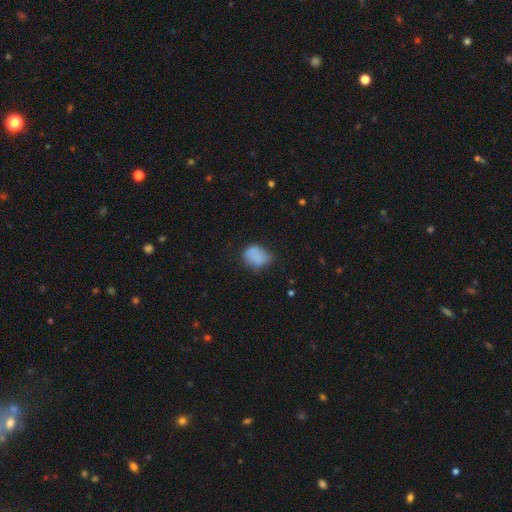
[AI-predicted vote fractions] This appears to be a smooth galaxy with no disk features (79%) that is in between round and cigar-shaped (54%). Merging: none (49%).